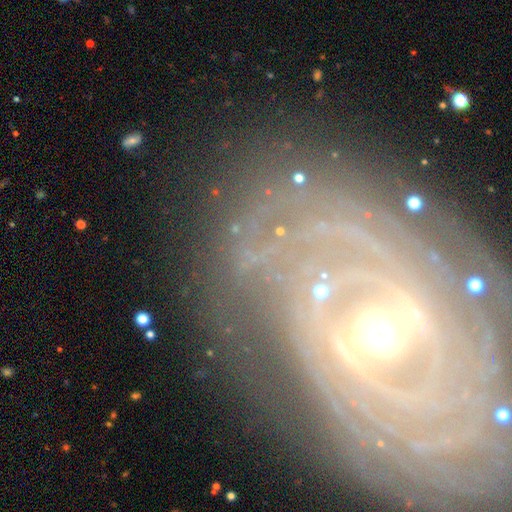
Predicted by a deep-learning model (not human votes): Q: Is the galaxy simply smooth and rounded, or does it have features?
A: featured or disk — 66%.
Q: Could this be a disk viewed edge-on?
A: no — 94%.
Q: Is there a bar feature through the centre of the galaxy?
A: no — 49%.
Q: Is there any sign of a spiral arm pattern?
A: yes — 82%.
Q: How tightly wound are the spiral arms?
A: tight — 67%.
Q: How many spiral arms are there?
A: can't tell — 32%.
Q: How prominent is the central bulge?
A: moderate — 44%.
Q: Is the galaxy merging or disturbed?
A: none — 68%.